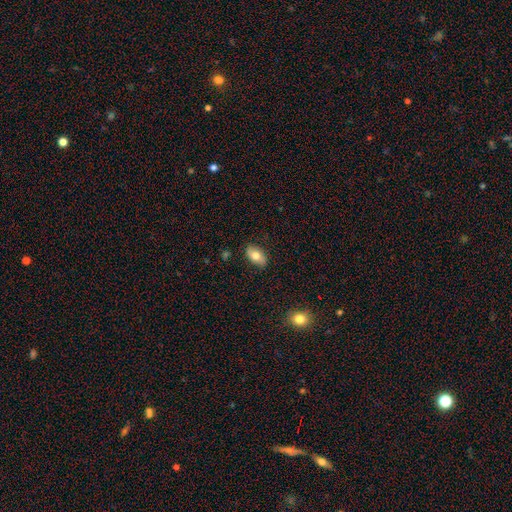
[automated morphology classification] type=smooth (72%); roundness=in between (91%); merging=none (85%).